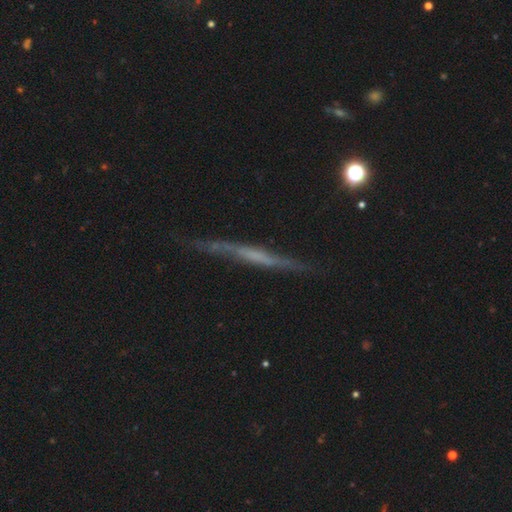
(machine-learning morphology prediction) Smooth or featured?
  - featured or disk: 65% *
  - smooth: 27%
  - star or artifact: 8%
Edge-on disk?
  - yes: 93% *
  - no: 7%
Edge-on bulge?
  - none: 71% *
  - boxy: 15%
  - rounded: 14%
Merging?
  - none: 75% *
  - minor disturbance: 18%
  - major disturbance: 5%
  - merger: 2%